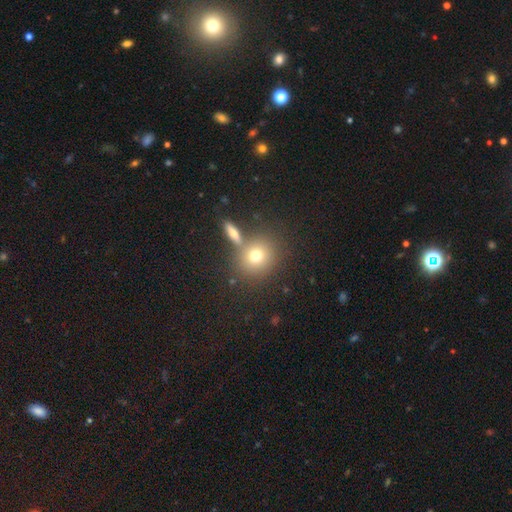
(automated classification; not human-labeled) Smooth or featured? Predicted: smooth (p=0.71). How rounded? Predicted: round (p=0.82). Merging? Predicted: none (p=0.68).